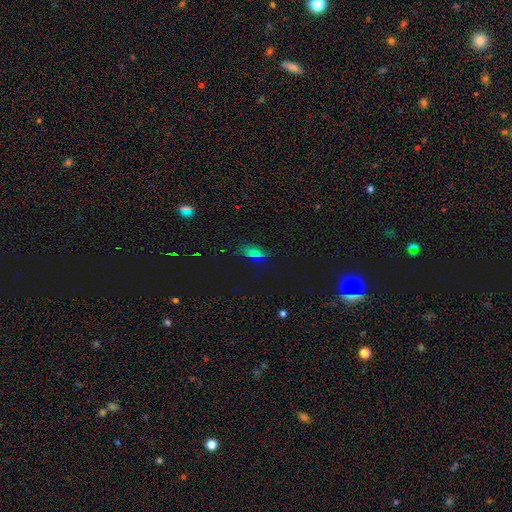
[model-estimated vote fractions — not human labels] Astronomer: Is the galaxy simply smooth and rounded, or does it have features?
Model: smooth — 57%.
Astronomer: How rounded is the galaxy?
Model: in between — 79%.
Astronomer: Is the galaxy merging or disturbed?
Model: none — 72%.